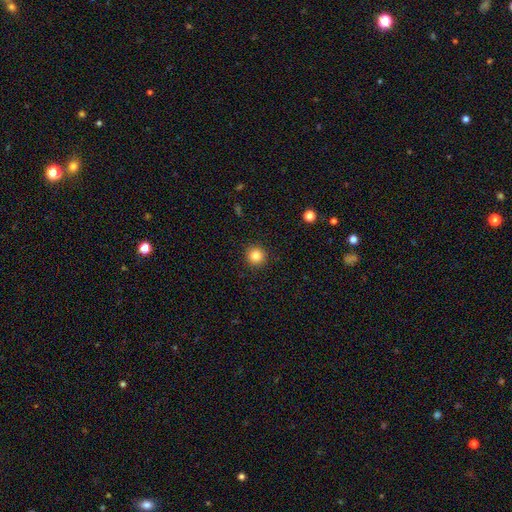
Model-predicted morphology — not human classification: smooth-or-featured: smooth: 83% | star or artifact: 11% | featured or disk: 5%
  how-rounded: round: 95% | in between: 4% | cigar-shaped: 1%
  merging: none: 92% | minor disturbance: 5% | major disturbance: 2% | merger: 1%